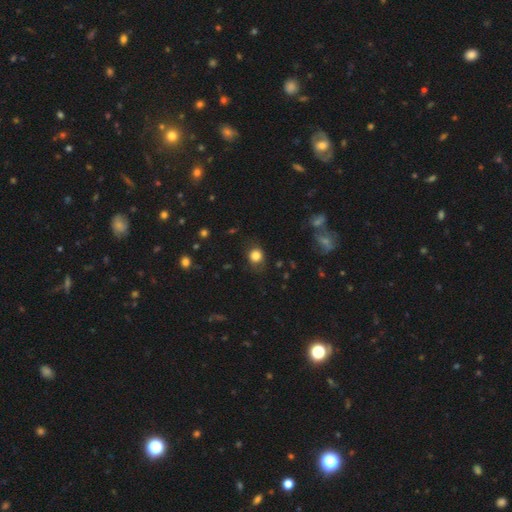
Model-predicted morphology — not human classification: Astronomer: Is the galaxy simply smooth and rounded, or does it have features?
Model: smooth — 83%.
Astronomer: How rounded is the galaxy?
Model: round — 75%.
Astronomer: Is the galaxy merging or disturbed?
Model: none — 77%.